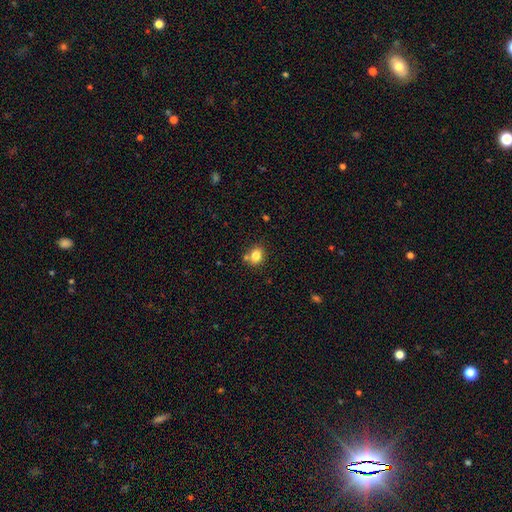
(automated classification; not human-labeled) Q: Smooth or featured?
A: smooth (82%); runner-up: star or artifact (11%)
Q: How rounded?
A: round (60%); runner-up: in between (39%)
Q: Merging?
A: none (68%); runner-up: merger (15%)